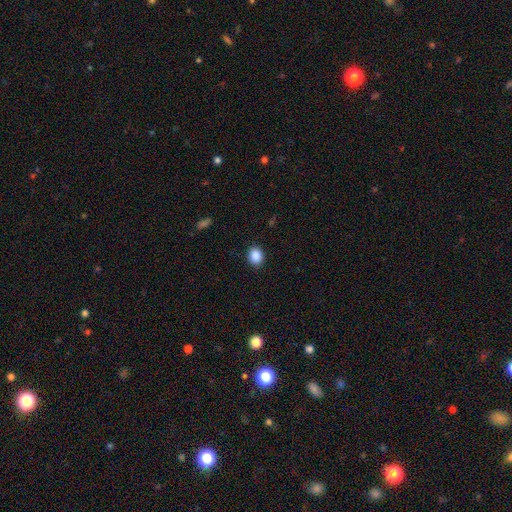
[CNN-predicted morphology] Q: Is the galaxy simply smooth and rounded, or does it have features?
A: smooth — 88%.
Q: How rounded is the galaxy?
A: round — 58%.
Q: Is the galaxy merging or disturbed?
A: none — 90%.